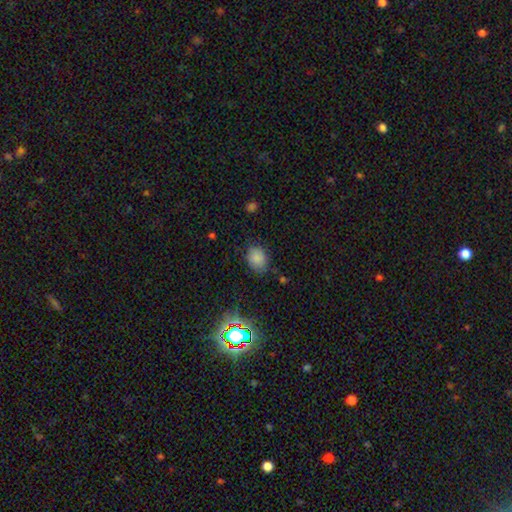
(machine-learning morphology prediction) Smooth or featured? smooth (77%)
How rounded? in between (59%)
Merging? none (77%)